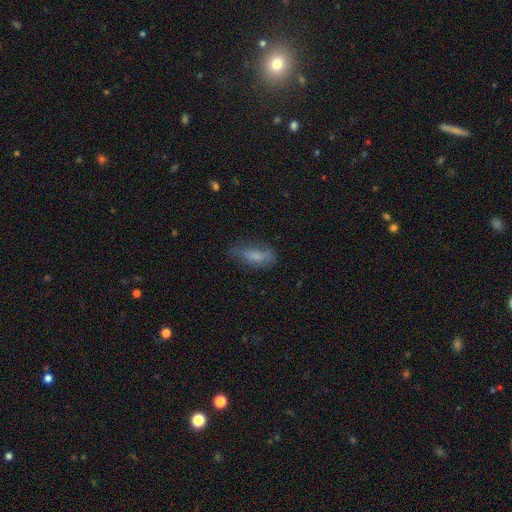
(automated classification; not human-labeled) This appears to be a smooth galaxy with no disk features (72%) that is in between round and cigar-shaped (77%). Merging: none (62%).